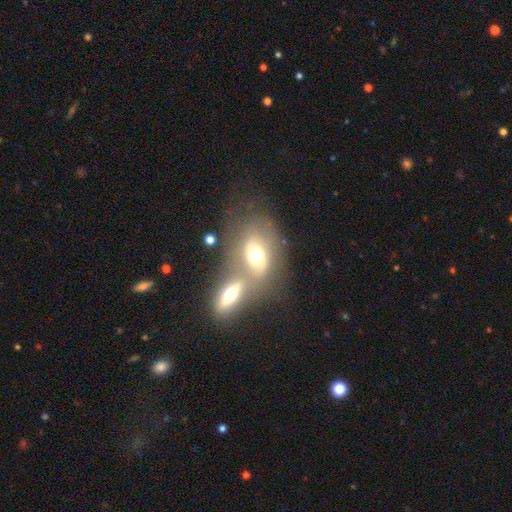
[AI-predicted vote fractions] smooth 55%, featured or disk 35%, star or artifact 10%. Down the decision tree: how rounded — in between (75%); merging — merger (54%).